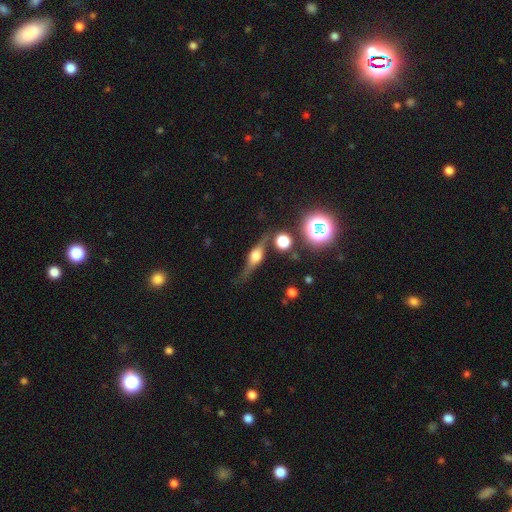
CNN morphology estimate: Smooth or featured? featured or disk (68%)
Edge-on disk? yes (87%)
Edge-on bulge? rounded (90%)
Merging? none (70%)